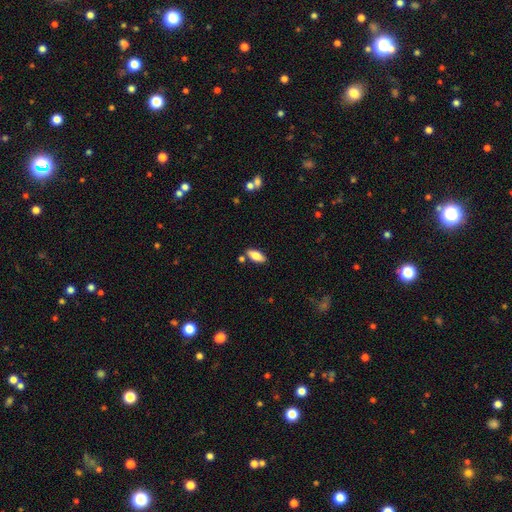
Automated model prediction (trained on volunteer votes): This is likely a smooth galaxy (78%). How rounded: clearly in between (84%). Merging: clearly none (80%).